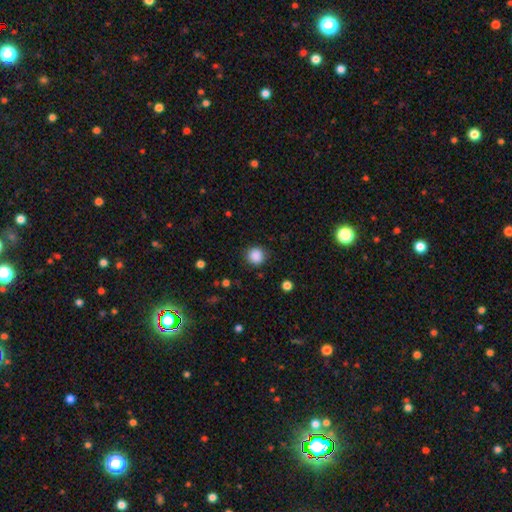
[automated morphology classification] smooth-or-featured: smooth: 87% | star or artifact: 10% | featured or disk: 3%
  how-rounded: round: 92% | in between: 7% | cigar-shaped: 1%
  merging: none: 88% | minor disturbance: 8% | major disturbance: 3% | merger: 1%